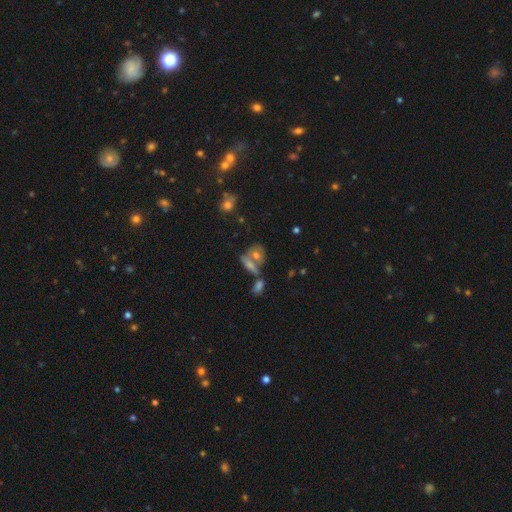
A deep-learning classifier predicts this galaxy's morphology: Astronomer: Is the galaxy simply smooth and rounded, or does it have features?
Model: smooth — 47% (runner-up: featured or disk, 32%).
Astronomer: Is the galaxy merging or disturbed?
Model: none — 42% (runner-up: merger, 39%).